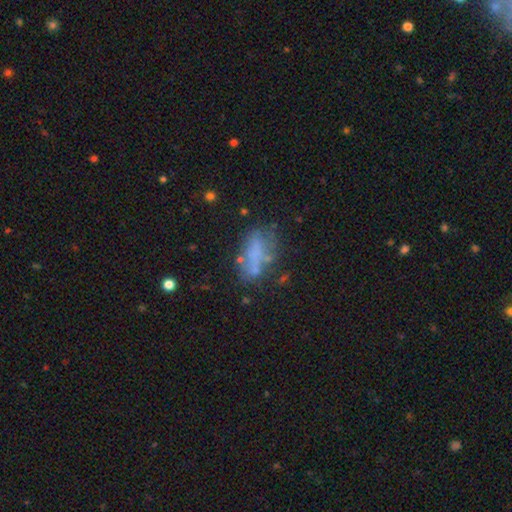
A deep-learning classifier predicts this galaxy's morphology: smooth 48%, featured or disk 38%, star or artifact 15%. Down the decision tree: merging — none (49%).